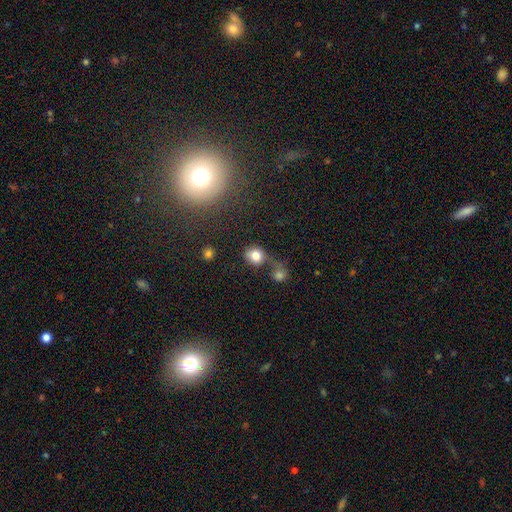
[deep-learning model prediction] Smooth or featured? Predicted: smooth (p=0.80). How rounded? Predicted: round (p=0.74). Merging? Predicted: none (p=0.47).